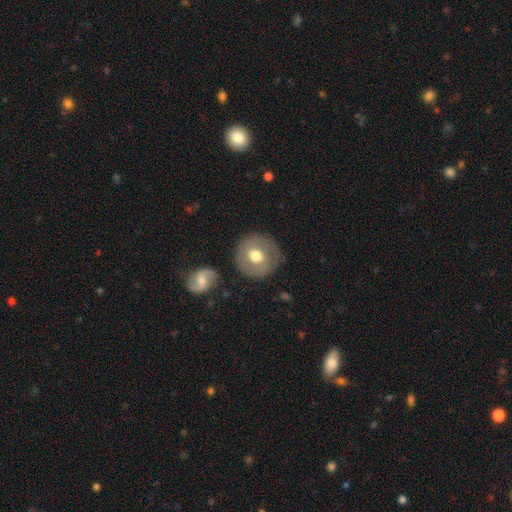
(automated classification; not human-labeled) Morphology: type=smooth (61%); roundness=round (93%); merging=none (83%).